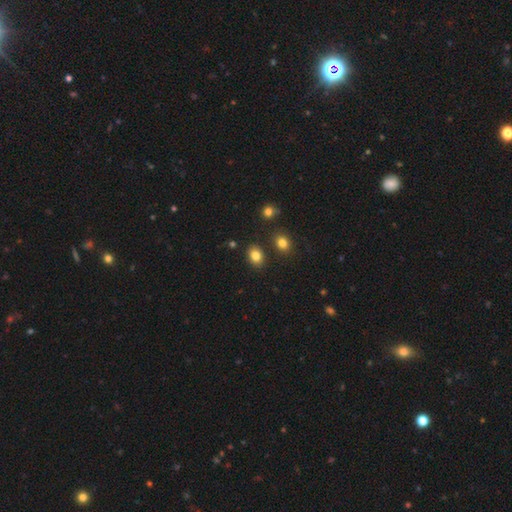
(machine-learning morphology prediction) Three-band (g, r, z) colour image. It shows a smooth galaxy with no disk features (83%) that is in between round and cigar-shaped (65%). Merging: none (84%).